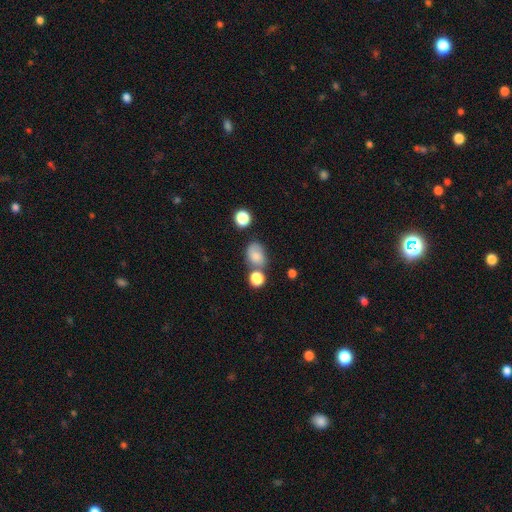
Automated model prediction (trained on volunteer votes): Q: Smooth or featured?
A: smooth (76%); runner-up: featured or disk (12%)
Q: How rounded?
A: in between (69%); runner-up: round (29%)
Q: Merging?
A: none (52%); runner-up: minor disturbance (22%)